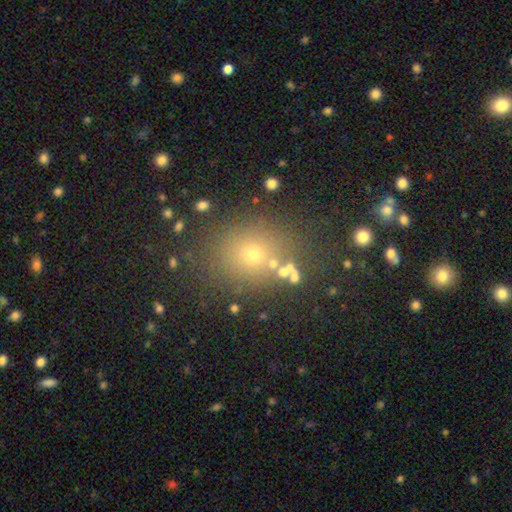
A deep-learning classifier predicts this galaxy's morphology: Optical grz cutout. It shows a smooth galaxy with no disk features (60%) that is round (66%). Merging: none (77%).